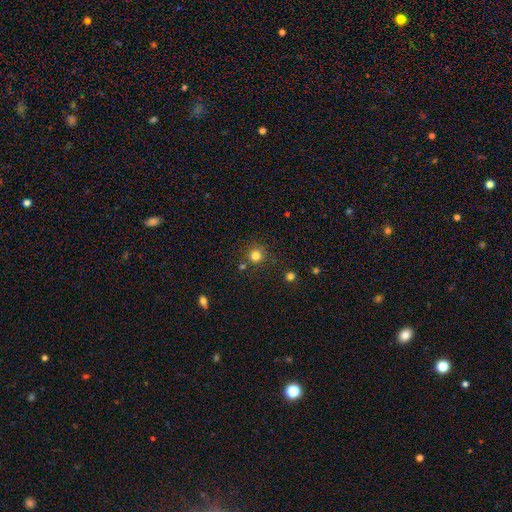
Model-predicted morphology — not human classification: Smooth or featured? smooth (80%)
How rounded? round (93%)
Merging? none (80%)